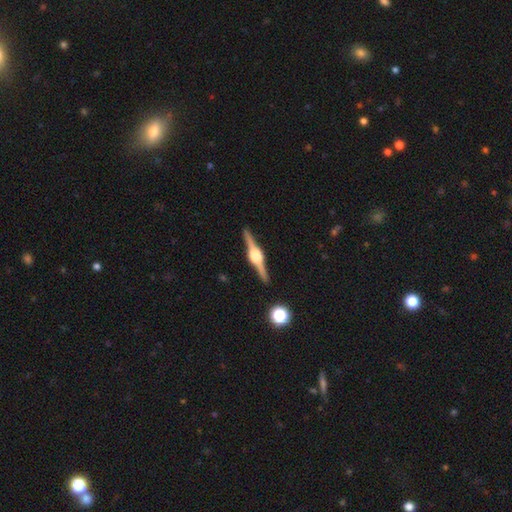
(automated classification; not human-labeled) A featured or disk galaxy (88%) viewed edge-on (98%) with a rounded central bulge (87%).

Vote fractions:
- Smooth or featured? featured or disk: 88% / smooth: 6% / star or artifact: 5%
- Edge-on disk? yes: 98% / no: 2%
- Edge-on bulge? rounded: 87% / boxy: 12% / none: 1%
- Merging? none: 91% / minor disturbance: 6% / major disturbance: 1% / merger: 1%